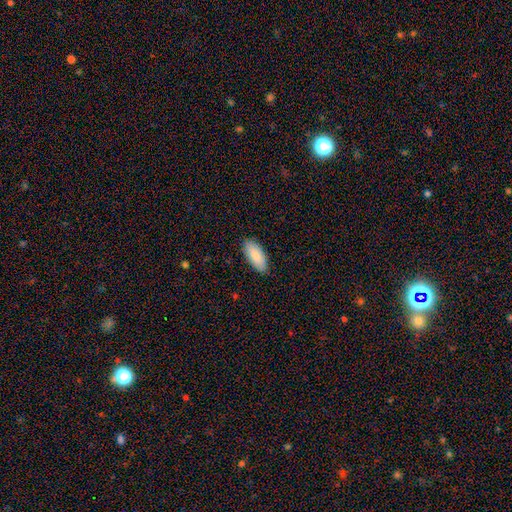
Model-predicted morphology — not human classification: Smooth or featured: smooth — 87% (featured or disk — 8%)
How rounded: in between — 90% (cigar-shaped — 9%)
Merging: none — 87% (minor disturbance — 11%)